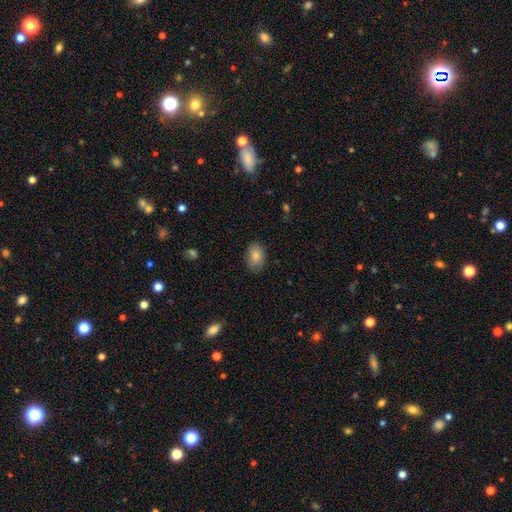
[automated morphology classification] smooth-or-featured: smooth: 85% | featured or disk: 8% | star or artifact: 7%
  how-rounded: in between: 86% | round: 13% | cigar-shaped: 1%
  merging: none: 82% | minor disturbance: 14% | major disturbance: 3% | merger: 1%